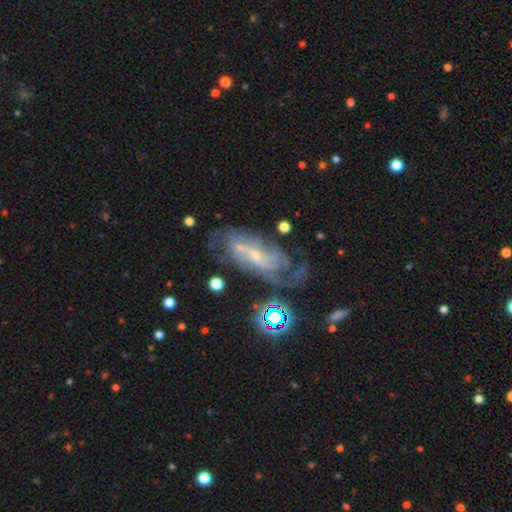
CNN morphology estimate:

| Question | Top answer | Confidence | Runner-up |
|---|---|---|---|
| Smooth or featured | featured or disk | 75% | smooth (14%) |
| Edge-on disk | no | 89% | yes (11%) |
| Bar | no | 46% | weak (39%) |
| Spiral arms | yes | 87% | no (13%) |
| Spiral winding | tight | 44% | medium (39%) |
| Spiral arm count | can't tell | 46% | 2 (25%) |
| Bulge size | small | 68% | moderate (21%) |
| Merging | none | 53% | minor disturbance (21%) |